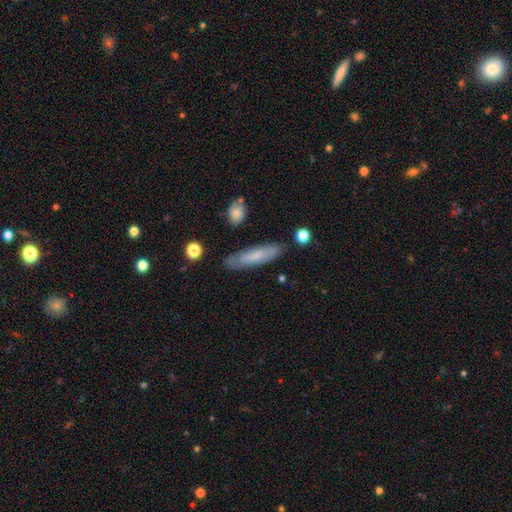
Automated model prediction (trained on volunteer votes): Overall: smooth (67%). How rounded: cigar-shaped (75%). Merging: none (82%).